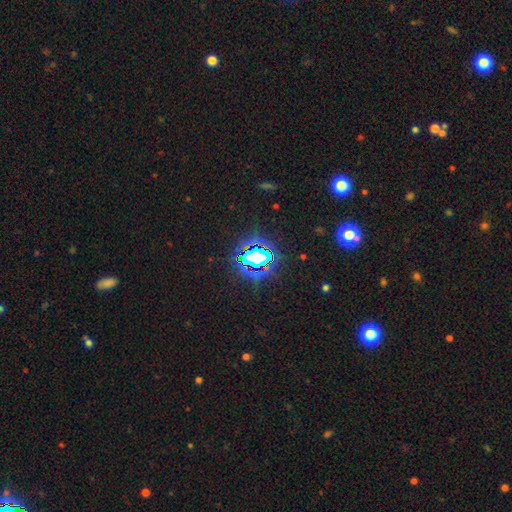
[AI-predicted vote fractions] Smooth or featured? Predicted: star or artifact (p=0.74).